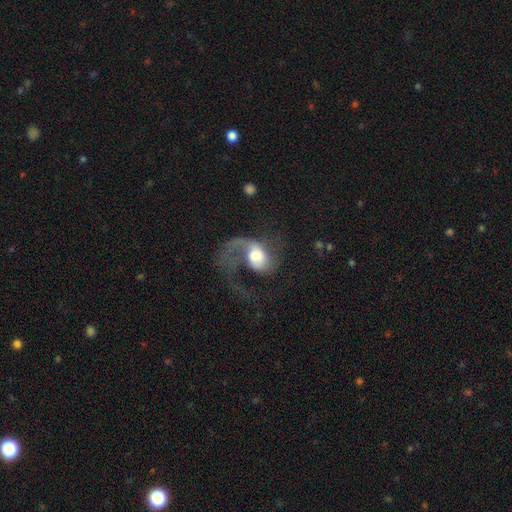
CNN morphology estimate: Smooth or featured?
  - featured or disk: 66% *
  - smooth: 27%
  - star or artifact: 7%
Edge-on disk?
  - no: 97% *
  - yes: 3%
Bar?
  - no: 66% *
  - weak: 27%
  - strong: 7%
Spiral arms?
  - yes: 85% *
  - no: 15%
Spiral winding?
  - loose: 68% *
  - medium: 26%
  - tight: 6%
Spiral arm count?
  - 1: 72% *
  - 2: 19%
  - can't tell: 4%
  - 3: 2%
  - 4: 1%
  - more than 4: 1%
Bulge size?
  - moderate: 41% *
  - large: 37%
  - small: 10%
  - dominant: 9%
  - none: 4%
Merging?
  - major disturbance: 61% *
  - none: 22%
  - minor disturbance: 12%
  - merger: 5%